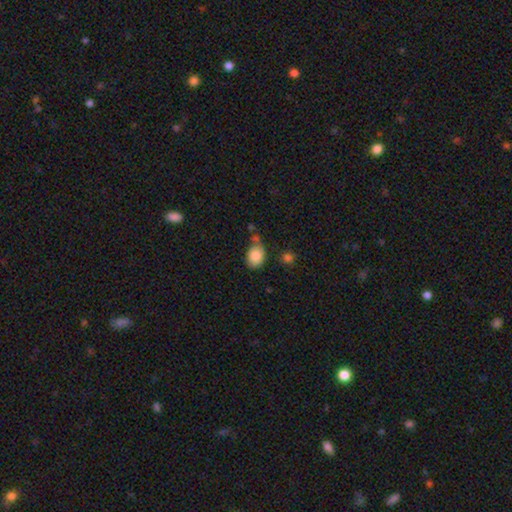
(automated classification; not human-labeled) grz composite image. It shows a smooth galaxy with no disk features (86%) that is in between round and cigar-shaped (66%). Merging: none (61%).